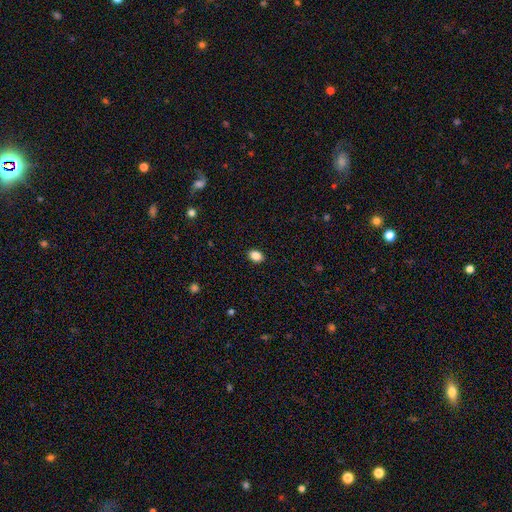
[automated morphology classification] Overall: smooth (87%). How rounded: in between (76%). Merging: none (90%).